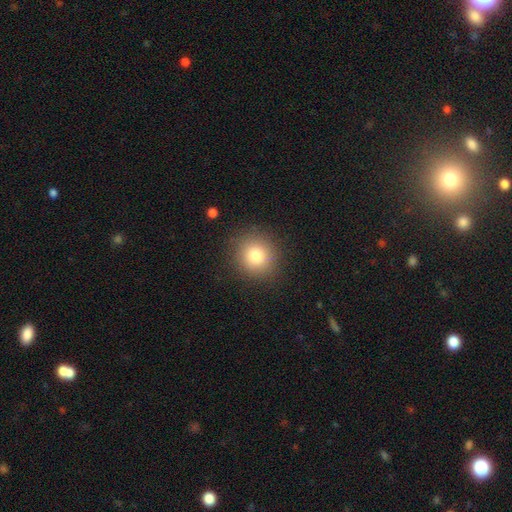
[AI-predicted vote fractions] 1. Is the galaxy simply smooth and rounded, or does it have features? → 80% smooth, 12% star or artifact, 9% featured or disk.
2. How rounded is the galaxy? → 91% round, 8% in between, 1% cigar-shaped.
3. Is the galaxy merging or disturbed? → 89% none, 7% minor disturbance, 3% major disturbance, 1% merger.